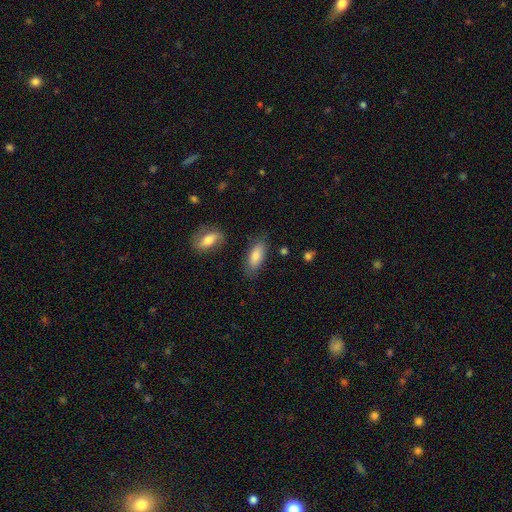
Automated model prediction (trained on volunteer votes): This is clearly a smooth galaxy (80%). How rounded: clearly in between (80%). Merging: likely none (78%).